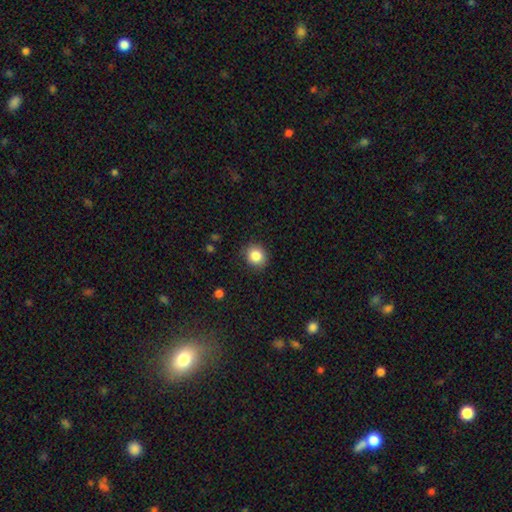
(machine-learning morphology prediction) type=smooth (85%); roundness=round (83%); merging=none (87%).